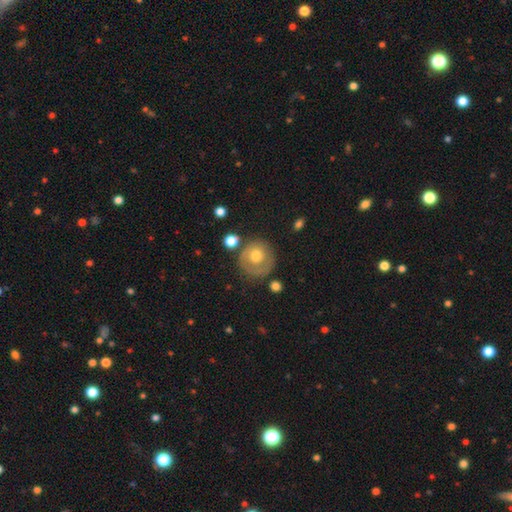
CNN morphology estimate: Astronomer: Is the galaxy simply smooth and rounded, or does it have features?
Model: smooth — 58% (runner-up: featured or disk, 34%).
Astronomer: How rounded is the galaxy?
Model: round — 89%.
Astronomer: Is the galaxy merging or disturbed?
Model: none — 70%.